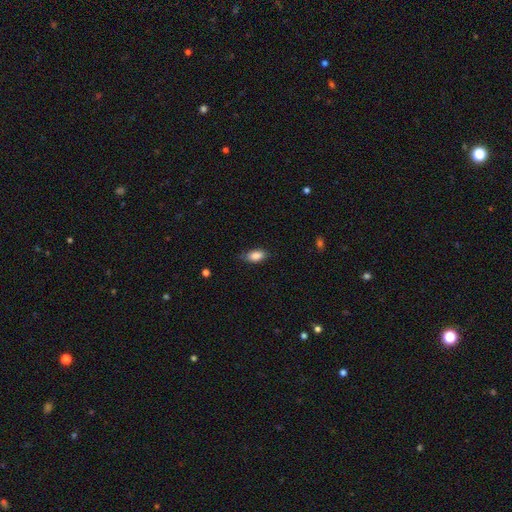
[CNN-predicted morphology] Overall: smooth (85%). How rounded: in between (89%). Merging: none (73%).